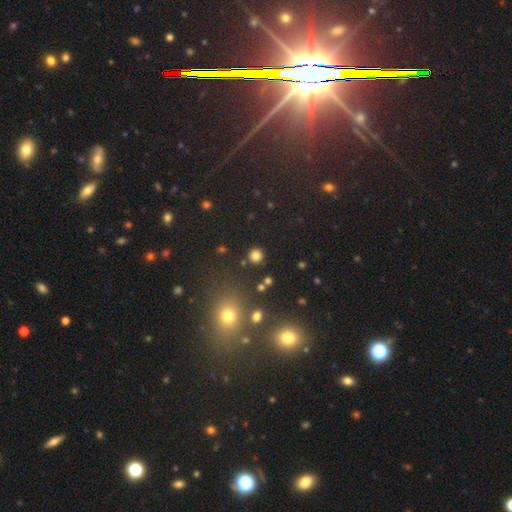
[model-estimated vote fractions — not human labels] This is clearly a smooth galaxy (80%). How rounded: clearly round (91%). Merging: clearly none (88%).